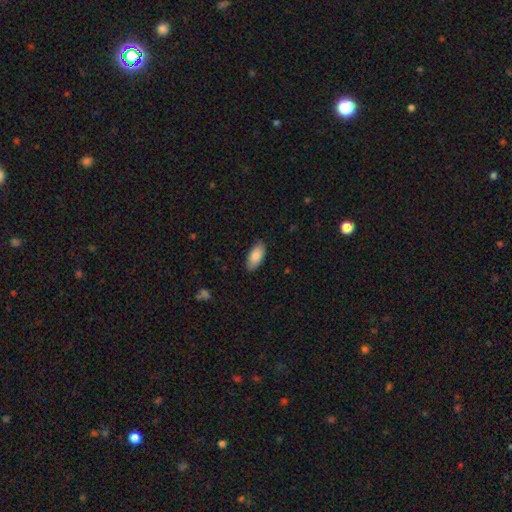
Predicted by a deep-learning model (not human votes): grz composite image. It shows a smooth galaxy with no disk features (86%) that is in between round and cigar-shaped (92%). Merging: none (86%).